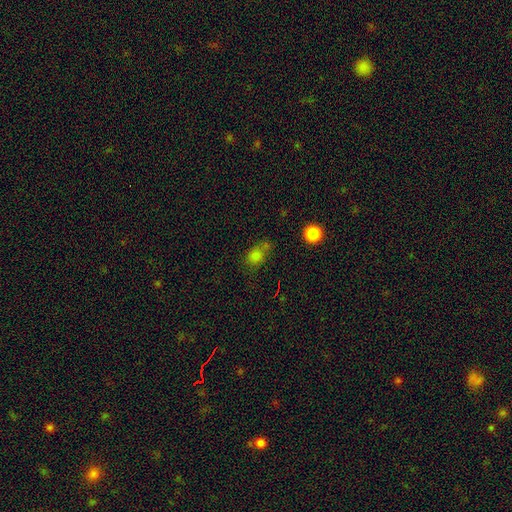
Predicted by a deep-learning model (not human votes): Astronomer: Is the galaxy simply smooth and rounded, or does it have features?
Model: smooth — 75%.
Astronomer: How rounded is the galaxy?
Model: in between — 51% (runner-up: round, 47%).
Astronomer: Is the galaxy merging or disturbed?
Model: none — 51%.